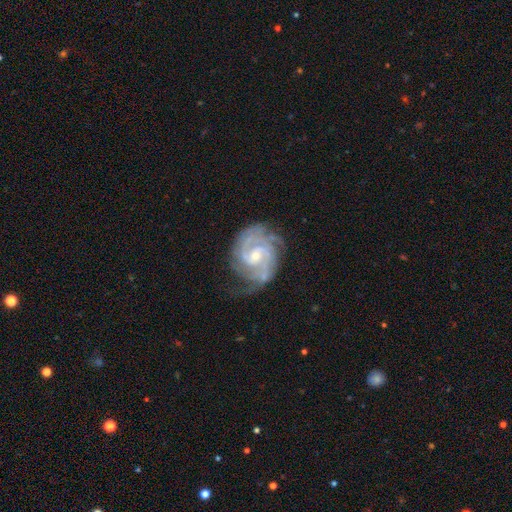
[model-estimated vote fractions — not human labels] Smooth or featured?
  - featured or disk: 91% *
  - star or artifact: 5%
  - smooth: 4%
Edge-on disk?
  - no: 98% *
  - yes: 2%
Bar?
  - no: 47% *
  - weak: 43%
  - strong: 11%
Spiral arms?
  - yes: 98% *
  - no: 2%
Spiral winding?
  - tight: 63% *
  - medium: 32%
  - loose: 5%
Spiral arm count?
  - 2: 38% *
  - 3: 24%
  - can't tell: 16%
  - 4: 11%
  - more than 4: 6%
  - 1: 6%
Bulge size?
  - small: 64% *
  - moderate: 33%
  - none: 1%
  - large: 1%
  - dominant: 1%
Merging?
  - none: 67% *
  - minor disturbance: 22%
  - major disturbance: 10%
  - merger: 2%